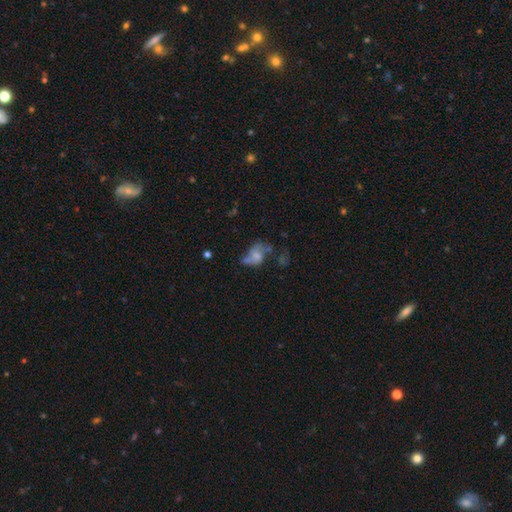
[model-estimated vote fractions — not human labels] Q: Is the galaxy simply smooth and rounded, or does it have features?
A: smooth — 45%.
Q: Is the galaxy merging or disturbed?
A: major disturbance — 30%.